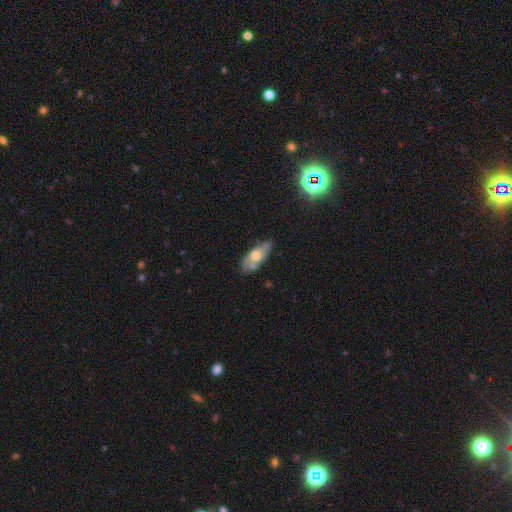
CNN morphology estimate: smooth 52%, featured or disk 42%, star or artifact 7%. Down the decision tree: how rounded — in between (80%); merging — none (62%).